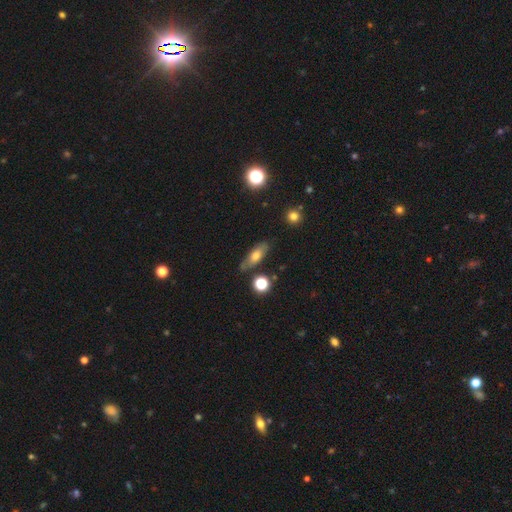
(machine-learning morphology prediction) type=smooth (63%); roundness=in between (66%); merging=none (71%).